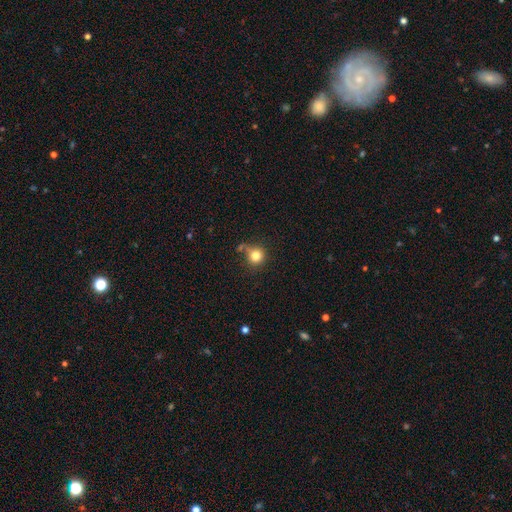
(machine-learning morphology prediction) A smooth galaxy with no disk features (81%) that is round (90%). Merging: none (62%).